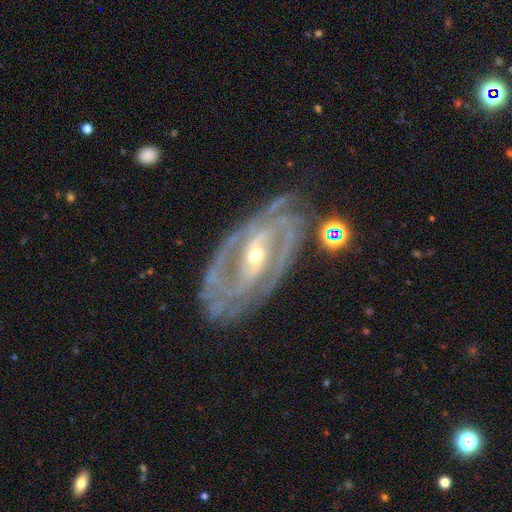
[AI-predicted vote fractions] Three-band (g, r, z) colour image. It shows a featured or disk galaxy (91%) with a strong bar (39%), 2 (52%) tight (57%) spiral arms (95%) and a small central bulge (54%). Merging: none (70%).